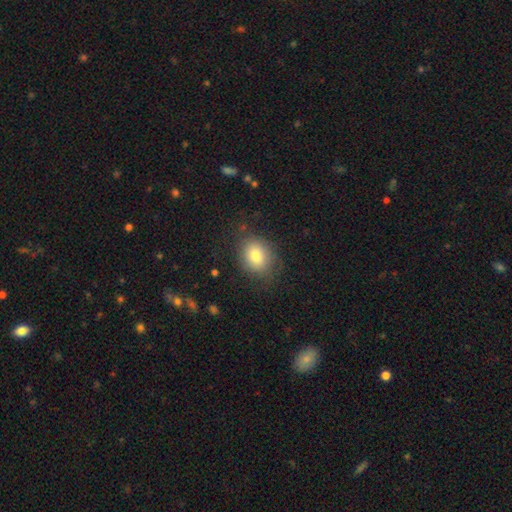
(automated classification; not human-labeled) Morphology: type=smooth (79%); roundness=round (51%); merging=none (76%).